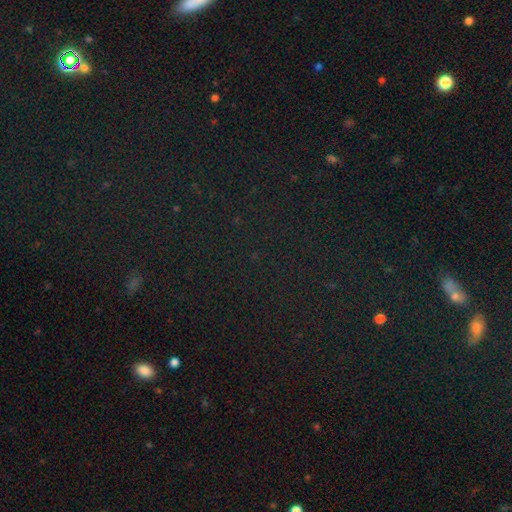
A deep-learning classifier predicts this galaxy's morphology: Overall: star or artifact (75%).